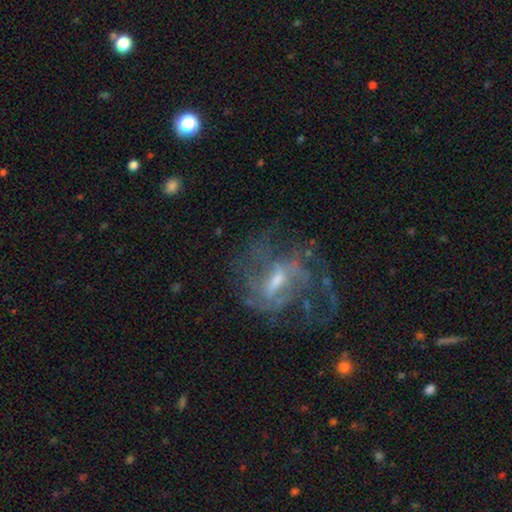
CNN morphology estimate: A featured or disk galaxy (78%) with a weak bar (53%), medium (43%) spiral arms (82%) and a small central bulge (43%, tied with moderate).

Vote fractions:
- Smooth or featured? featured or disk: 78% / star or artifact: 12% / smooth: 10%
- Edge-on disk? no: 95% / yes: 5%
- Bar? weak: 53% / strong: 25% / no: 22%
- Spiral arms? yes: 82% / no: 18%
- Spiral winding? medium: 43% / tight: 29% / loose: 28%
- Spiral arm count? can't tell: 43% / 2: 22% / 3: 14% / 4: 9% / 1: 6% / more than 4: 5%
- Bulge size? small: 43% (tied) / moderate: 43% (tied) / none: 9% / large: 4% / dominant: 1%
- Merging? none: 54% / major disturbance: 27% / minor disturbance: 17% / merger: 2%